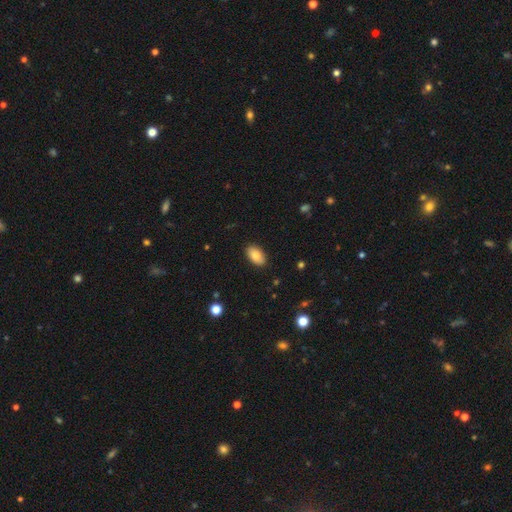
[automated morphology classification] Smooth or featured? Predicted: smooth (p=0.84). How rounded? Predicted: in between (p=0.94). Merging? Predicted: none (p=0.89).